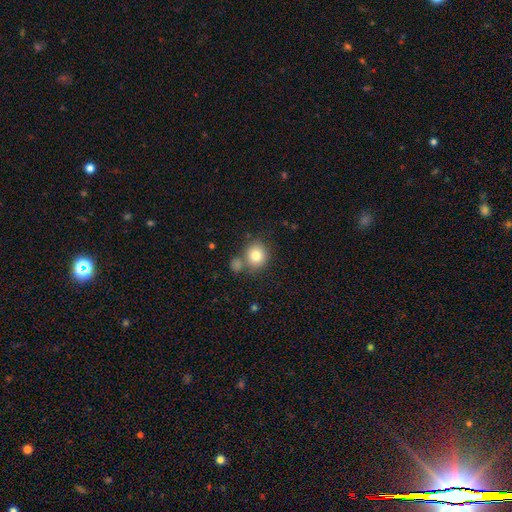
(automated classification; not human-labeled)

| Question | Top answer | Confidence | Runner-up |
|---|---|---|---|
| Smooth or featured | smooth | 80% | star or artifact (10%) |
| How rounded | round | 81% | in between (18%) |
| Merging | none | 66% | merger (19%) |